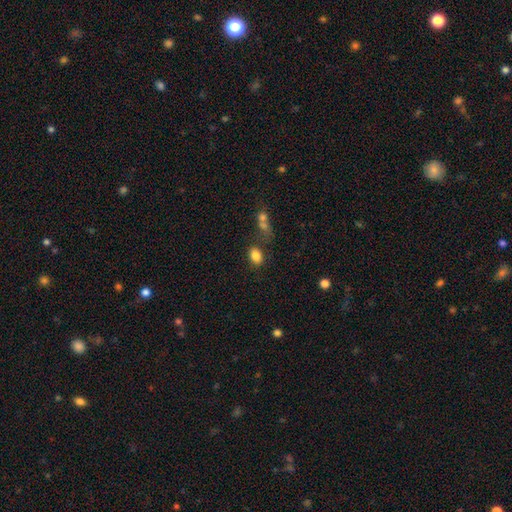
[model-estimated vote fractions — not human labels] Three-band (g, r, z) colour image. It shows a smooth galaxy with no disk features (83%) that is in between round and cigar-shaped (76%). Merging: none (70%).